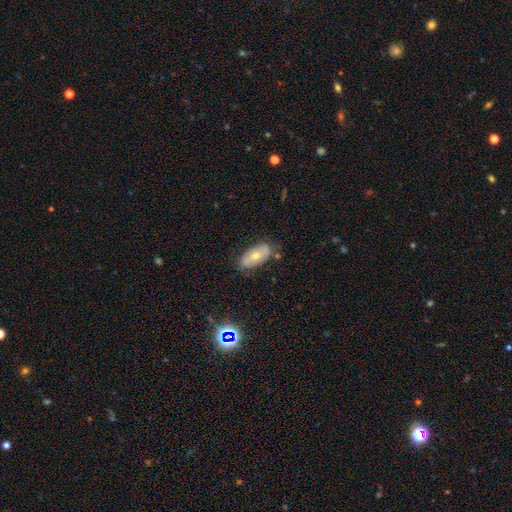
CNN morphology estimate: A smooth galaxy with no disk features (47%). Merging: none (79%).